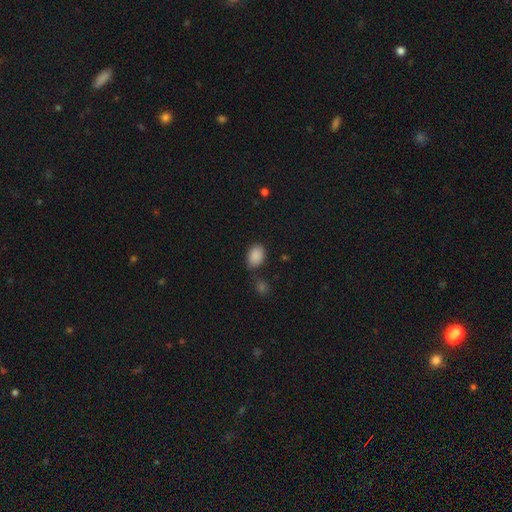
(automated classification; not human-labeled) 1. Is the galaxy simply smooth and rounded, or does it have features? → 88% smooth, 9% star or artifact, 4% featured or disk.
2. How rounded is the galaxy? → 80% in between, 18% round, 1% cigar-shaped.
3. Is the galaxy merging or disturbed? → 70% none, 18% minor disturbance, 7% merger, 5% major disturbance.